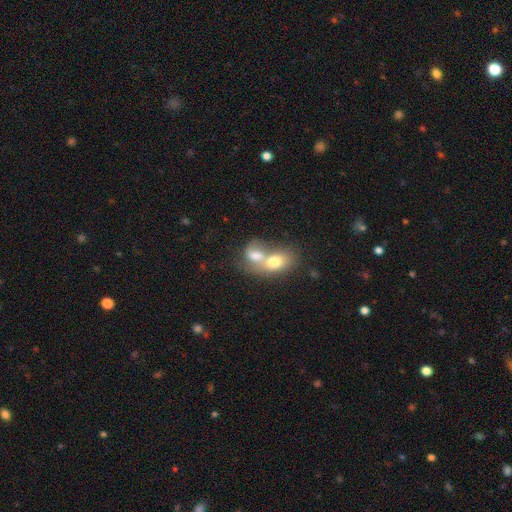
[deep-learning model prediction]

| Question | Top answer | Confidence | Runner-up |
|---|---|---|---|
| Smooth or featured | smooth | 67% | featured or disk (25%) |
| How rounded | in between | 70% | round (28%) |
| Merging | merger | 79% | none (12%) |